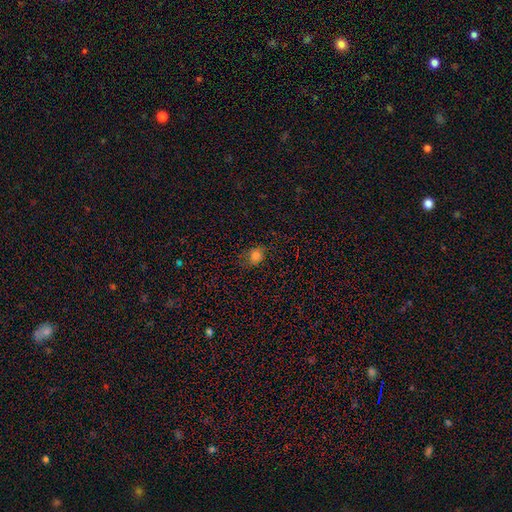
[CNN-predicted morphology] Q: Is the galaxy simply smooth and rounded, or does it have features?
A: smooth — 80%.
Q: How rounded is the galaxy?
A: round — 63%.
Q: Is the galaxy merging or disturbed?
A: none — 76%.